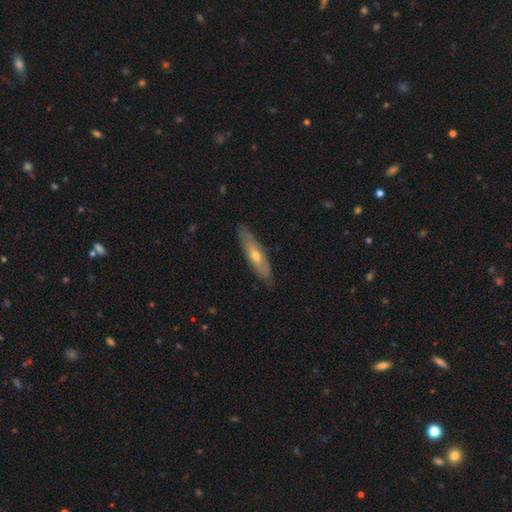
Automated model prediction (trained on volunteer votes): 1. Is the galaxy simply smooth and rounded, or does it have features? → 49% featured or disk, 45% smooth, 6% star or artifact.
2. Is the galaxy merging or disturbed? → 82% none, 15% minor disturbance, 3% major disturbance, 1% merger.